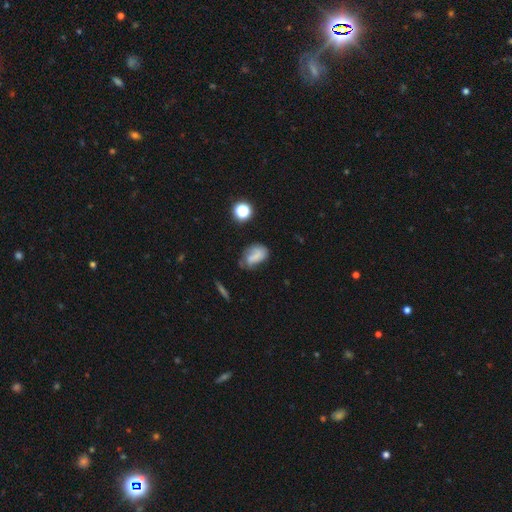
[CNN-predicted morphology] The model was most divided on "merging": none: 42%, minor disturbance: 32%, major disturbance: 20%, merger: 5%. More confident: how rounded — in between (80%); smooth or featured — smooth (53%).